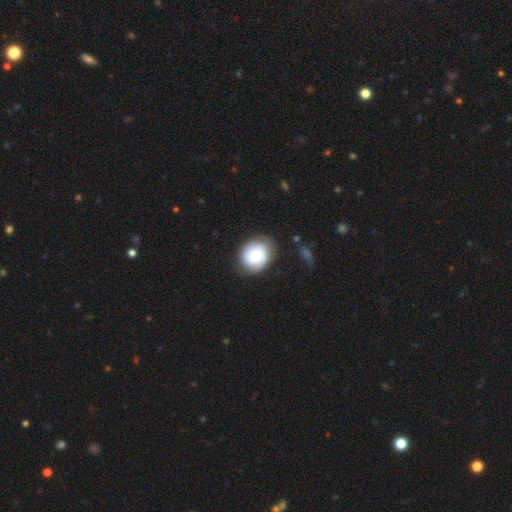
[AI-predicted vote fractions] Morphology: type=smooth (62%); roundness=round (66%); merging=none (73%).